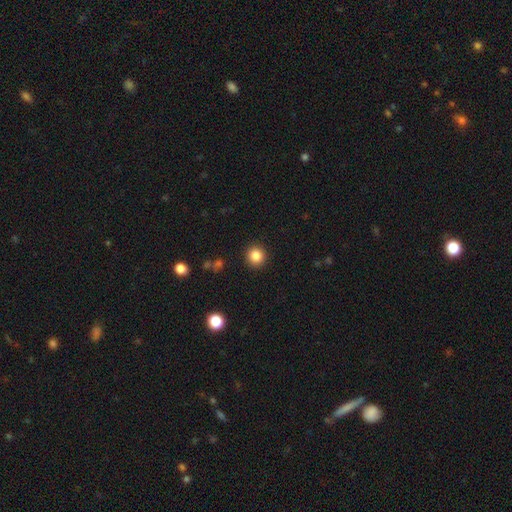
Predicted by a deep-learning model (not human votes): Morphology: type=smooth (85%); roundness=round (94%); merging=none (92%).